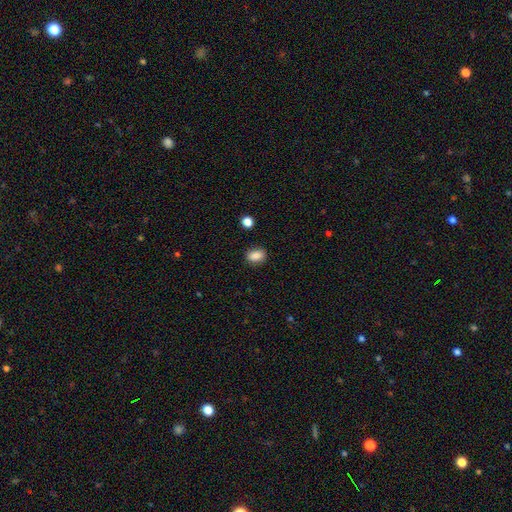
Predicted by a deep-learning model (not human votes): This is clearly a smooth galaxy (87%). How rounded: likely in between (67%). Merging: clearly none (87%).